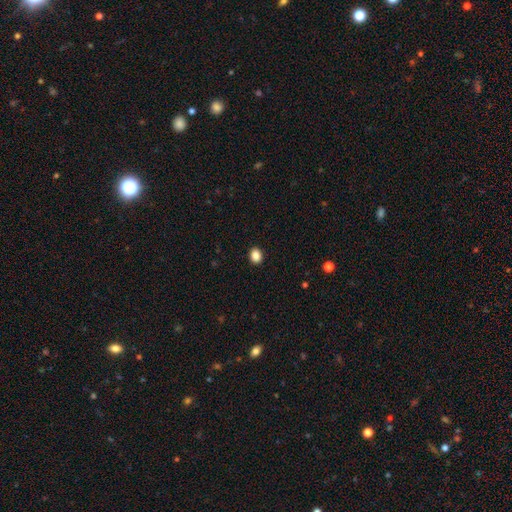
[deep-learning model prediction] A smooth galaxy with no disk features (88%) that is in between round and cigar-shaped (50%).

Vote fractions:
- Smooth or featured? smooth: 88% / star or artifact: 9% / featured or disk: 3%
- How rounded? in between: 50% / round: 49% / cigar-shaped: 1%
- Merging? none: 92% / minor disturbance: 6% / major disturbance: 2% / merger: 1%